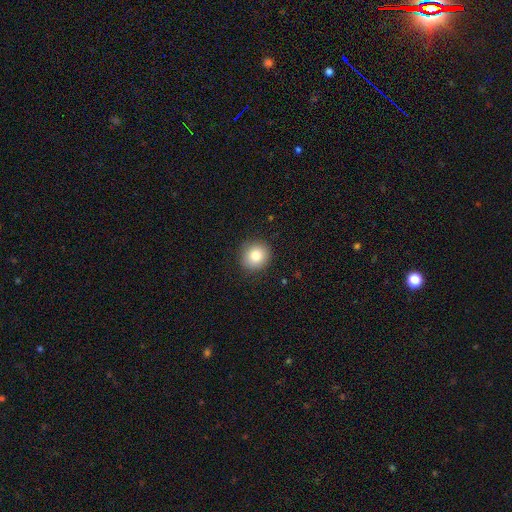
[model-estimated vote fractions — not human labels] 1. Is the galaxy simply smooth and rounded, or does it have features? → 81% smooth, 10% star or artifact, 9% featured or disk.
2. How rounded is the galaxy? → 90% round, 9% in between, 1% cigar-shaped.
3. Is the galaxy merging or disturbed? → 90% none, 7% minor disturbance, 2% major disturbance, 1% merger.